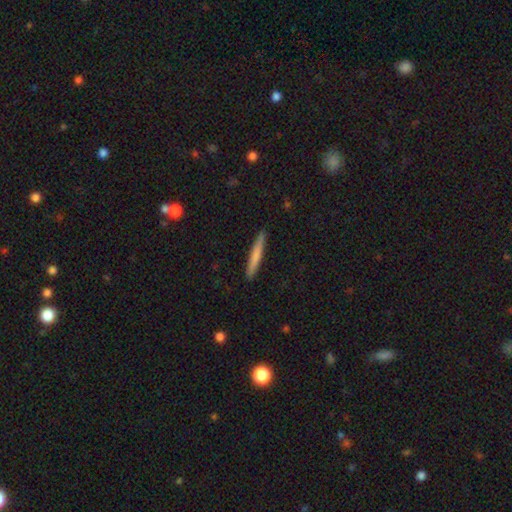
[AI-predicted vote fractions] A smooth galaxy with no disk features (68%) that is cigar-shaped (95%).

Vote fractions:
- Smooth or featured? smooth: 68% / featured or disk: 27% / star or artifact: 5%
- How rounded? cigar-shaped: 95% / in between: 3% / round: 1%
- Merging? none: 90% / minor disturbance: 7% / major disturbance: 1% / merger: 1%